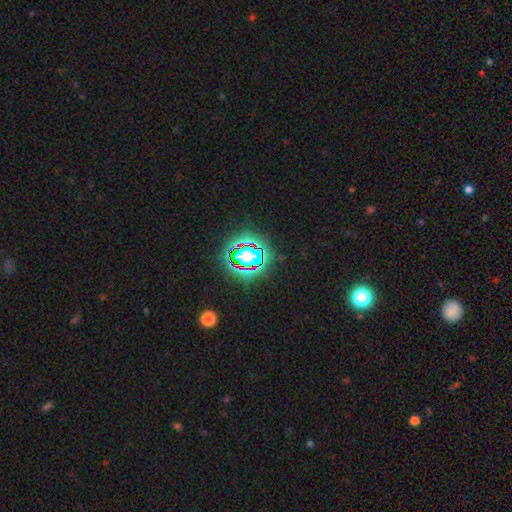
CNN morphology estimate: A star or artifact, not a galaxy (78%).